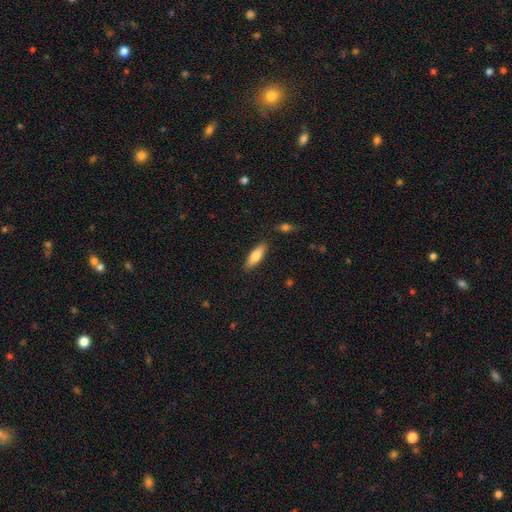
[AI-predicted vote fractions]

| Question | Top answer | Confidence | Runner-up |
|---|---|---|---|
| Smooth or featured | smooth | 69% | featured or disk (24%) |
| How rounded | in between | 49% | tied: cigar-shaped (49%) |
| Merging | none | 86% | minor disturbance (10%) |